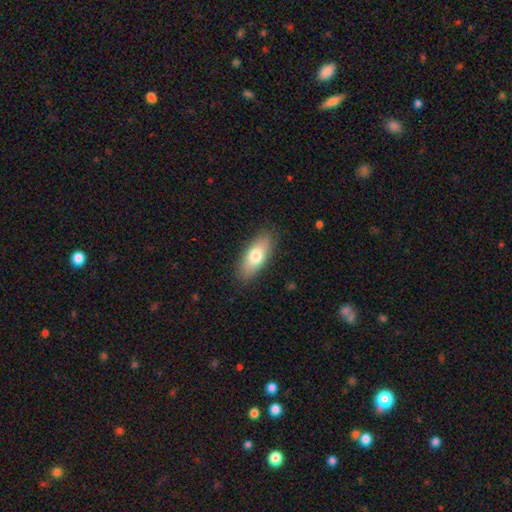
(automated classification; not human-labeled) Smooth or featured? smooth (74%)
How rounded? in between (77%)
Merging? none (86%)